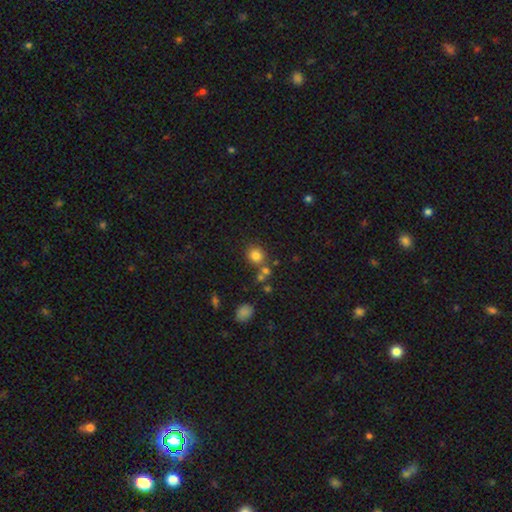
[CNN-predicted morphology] Smooth or featured? Predicted: smooth (p=0.80). How rounded? Predicted: round (p=0.81). Merging? Predicted: none (p=0.70).